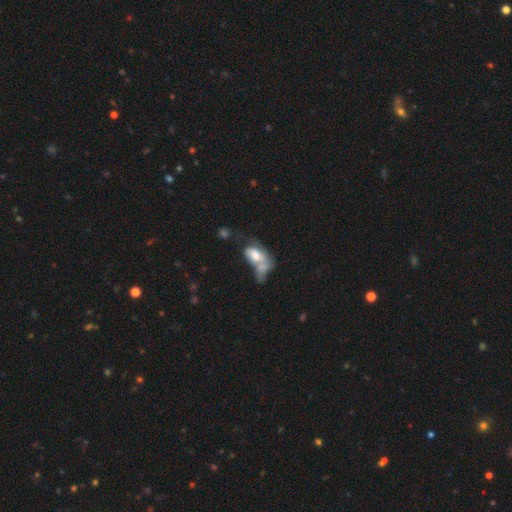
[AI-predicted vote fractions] Smooth or featured?
  - smooth: 62% *
  - featured or disk: 29%
  - star or artifact: 9%
How rounded?
  - in between: 89% *
  - round: 8%
  - cigar-shaped: 3%
Merging?
  - merger: 54% *
  - major disturbance: 21%
  - none: 13%
  - minor disturbance: 12%